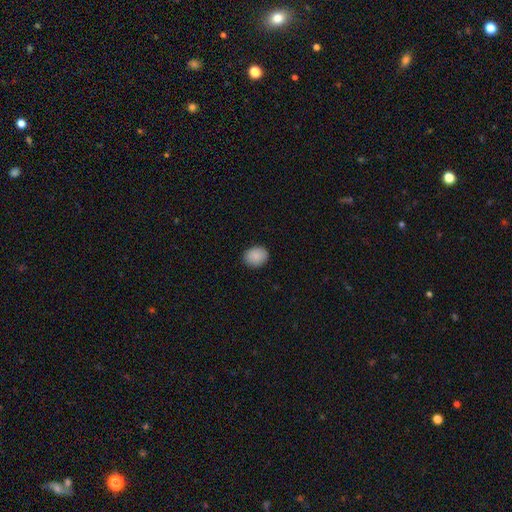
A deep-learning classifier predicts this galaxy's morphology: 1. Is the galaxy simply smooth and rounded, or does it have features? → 88% smooth, 7% star or artifact, 5% featured or disk.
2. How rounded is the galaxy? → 52% round, 47% in between, 1% cigar-shaped.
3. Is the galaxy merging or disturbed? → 89% none, 8% minor disturbance, 2% major disturbance, 1% merger.